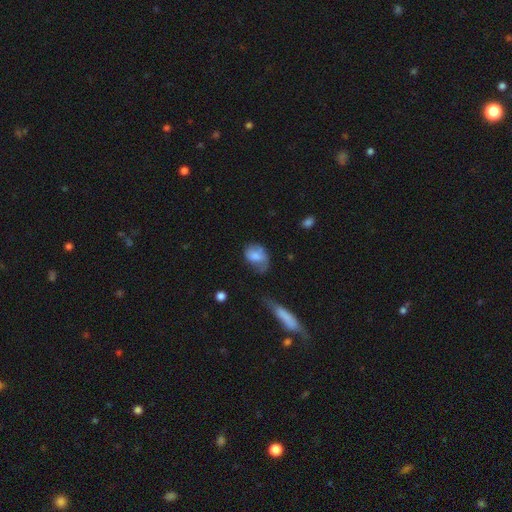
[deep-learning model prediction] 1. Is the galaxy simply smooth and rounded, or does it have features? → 70% smooth, 22% featured or disk, 8% star or artifact.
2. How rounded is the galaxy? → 71% in between, 27% round, 2% cigar-shaped.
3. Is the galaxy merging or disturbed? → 37% none, 36% minor disturbance, 22% major disturbance, 4% merger.